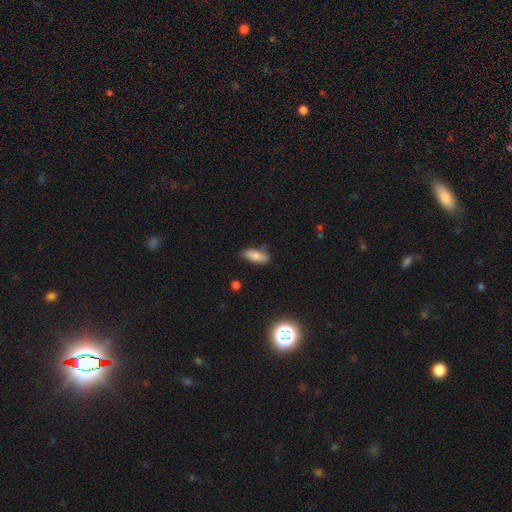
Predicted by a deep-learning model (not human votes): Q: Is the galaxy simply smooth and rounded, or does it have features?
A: smooth — 76%.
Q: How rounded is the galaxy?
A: in between — 71%.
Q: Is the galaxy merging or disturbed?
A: none — 63%.